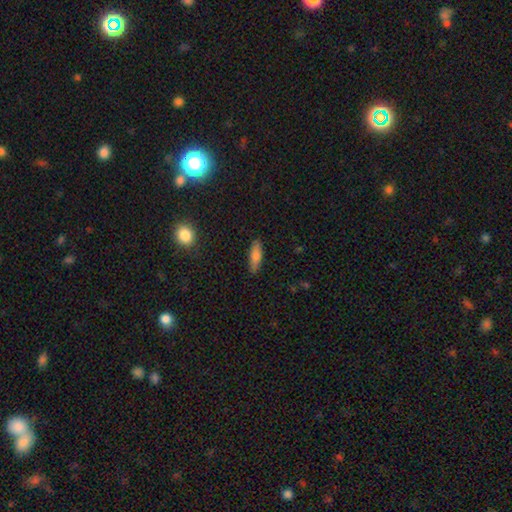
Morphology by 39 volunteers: A smooth galaxy with no disk features (74%) that is cigar-shaped (76%). Merging: none (83%).